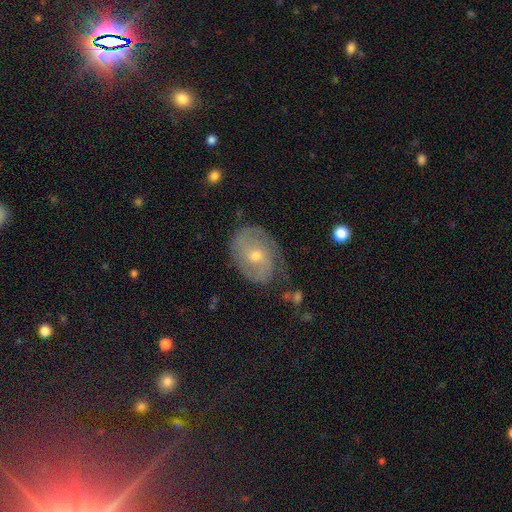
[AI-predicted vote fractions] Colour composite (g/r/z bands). It shows a featured or disk galaxy (74%) with no bar (61%), 2 (56%) tight (46%) spiral arms (87%) and a moderate central bulge (53%). Merging: none (65%).